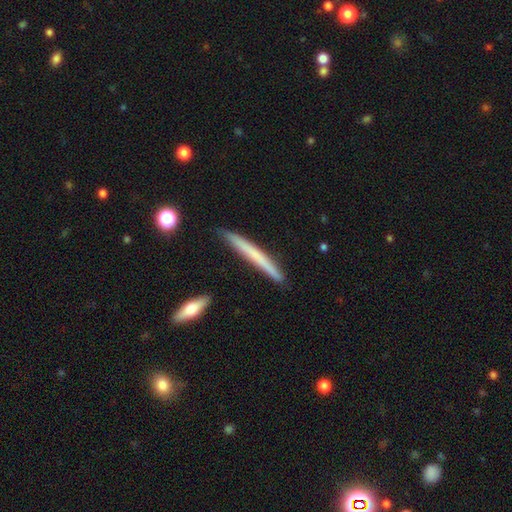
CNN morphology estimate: Smooth or featured? Predicted: smooth (p=0.57). How rounded? Predicted: cigar-shaped (p=0.97). Merging? Predicted: none (p=0.88).